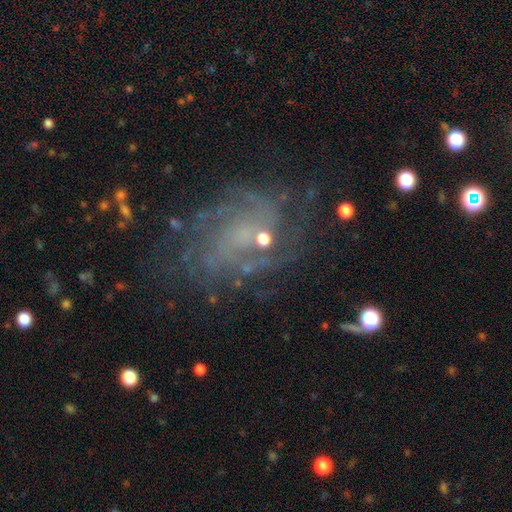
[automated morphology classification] featured or disk 71%, star or artifact 16%, smooth 13%. Down the decision tree: edge-on disk — no (97%); bar — no (64%); spiral arms — yes (83%); spiral arm count — can't tell (46%); spiral winding — tight (44%); bulge size — small (60%); merging — none (67%).